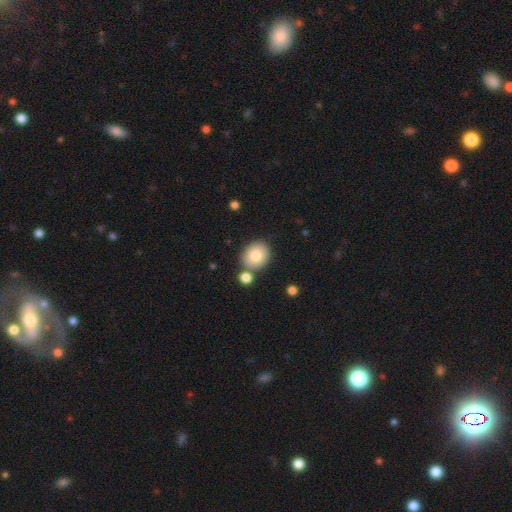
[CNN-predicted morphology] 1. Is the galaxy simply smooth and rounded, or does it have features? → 80% smooth, 11% featured or disk, 9% star or artifact.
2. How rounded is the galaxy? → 68% round, 31% in between, 1% cigar-shaped.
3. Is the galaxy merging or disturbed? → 73% none, 15% merger, 10% minor disturbance, 3% major disturbance.